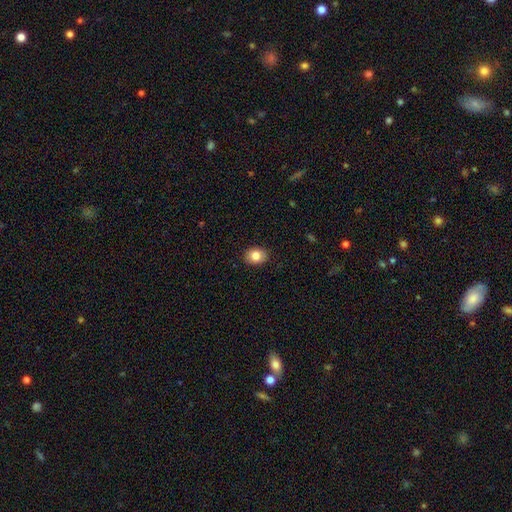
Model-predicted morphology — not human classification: This is clearly a smooth galaxy (84%). How rounded: possibly in between (54%). Merging: clearly none (89%).